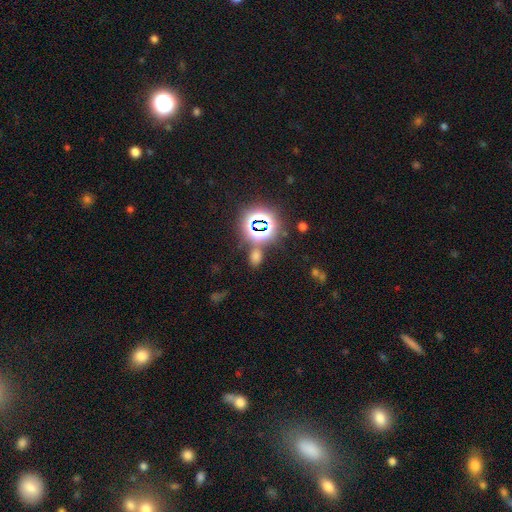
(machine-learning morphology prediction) This appears to be a smooth galaxy with no disk features (53%) that is in between round and cigar-shaped (72%). Merging: none (73%).